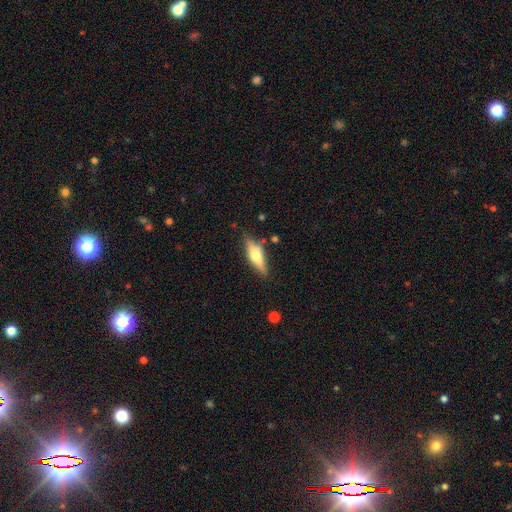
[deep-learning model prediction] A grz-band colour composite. It shows a smooth galaxy with no disk features (47%). Merging: none (77%).